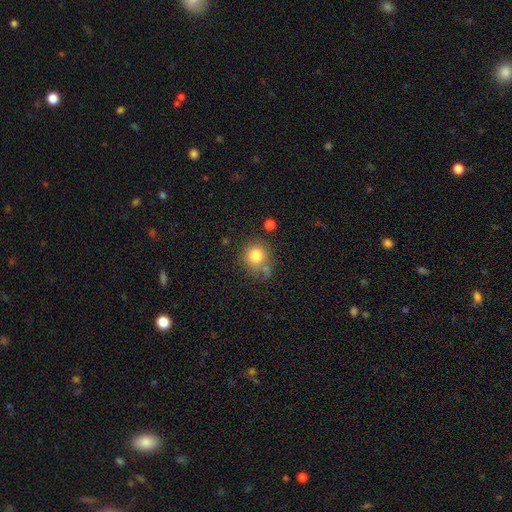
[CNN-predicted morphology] This is clearly a smooth galaxy (81%). How rounded: clearly round (86%). Merging: likely none (64%).